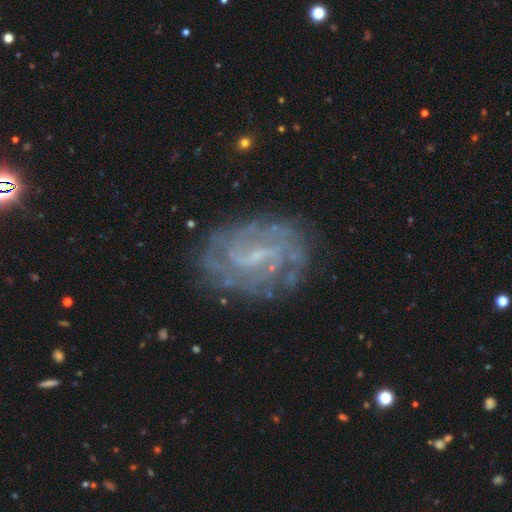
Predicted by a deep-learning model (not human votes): The model was most divided on "spiral arm count": can't tell: 39%, 2: 29%, 3: 12%, 4: 8%, more than 4: 6%, 1: 6%. More confident: edge-on disk — no (97%); spiral arms — yes (91%); smooth or featured — featured or disk (82%); merging — none (77%); bulge size — small (59%); bar — weak (58%); spiral winding — tight (53%).